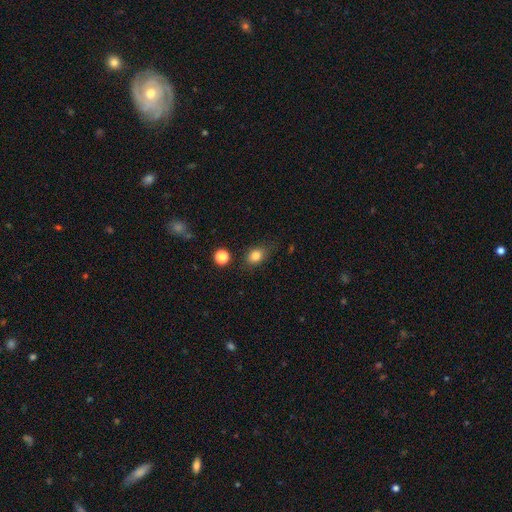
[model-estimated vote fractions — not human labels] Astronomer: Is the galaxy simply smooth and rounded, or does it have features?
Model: smooth — 81%.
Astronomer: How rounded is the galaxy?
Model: in between — 57% (runner-up: round, 41%).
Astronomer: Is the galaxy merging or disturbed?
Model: none — 74%.